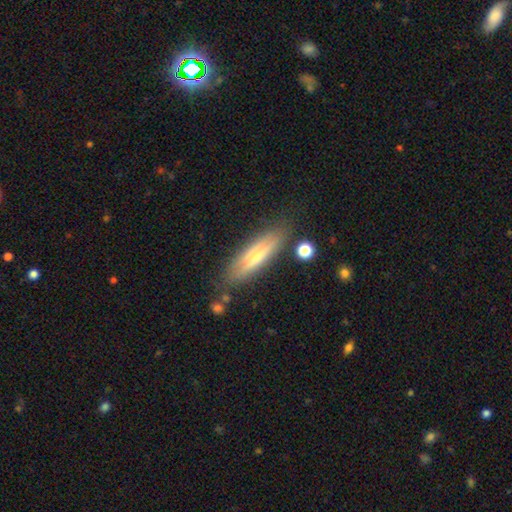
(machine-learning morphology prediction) Overall: smooth (50%; featured or disk 43%). Merging: none (80%).